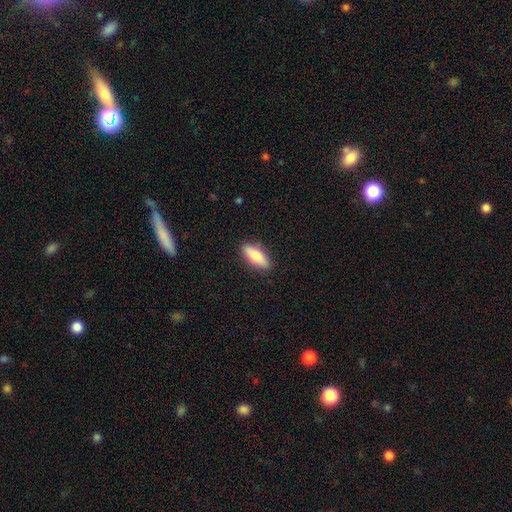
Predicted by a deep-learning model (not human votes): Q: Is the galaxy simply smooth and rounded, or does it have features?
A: smooth — 72%.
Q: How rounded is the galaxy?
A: in between — 64%.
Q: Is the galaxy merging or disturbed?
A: none — 87%.